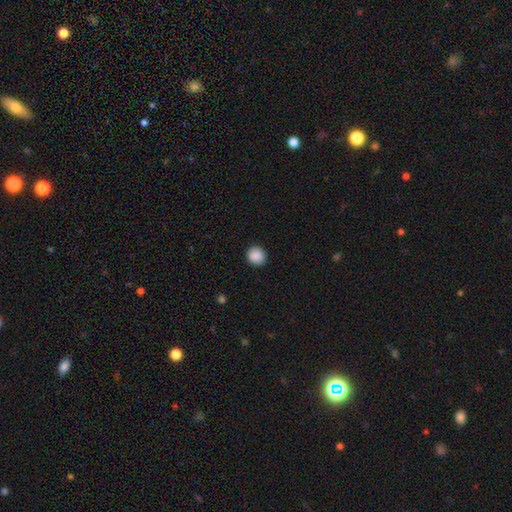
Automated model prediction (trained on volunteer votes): Smooth or featured? smooth (89%)
How rounded? round (87%)
Merging? none (90%)